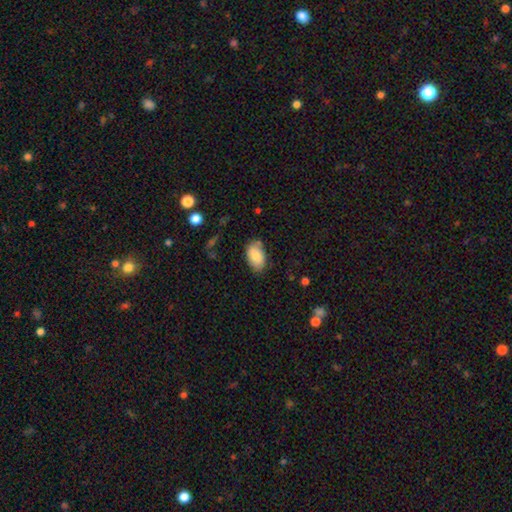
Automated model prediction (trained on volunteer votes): smooth 83%, featured or disk 10%, star or artifact 7%. Down the decision tree: how rounded — in between (93%); merging — none (71%).